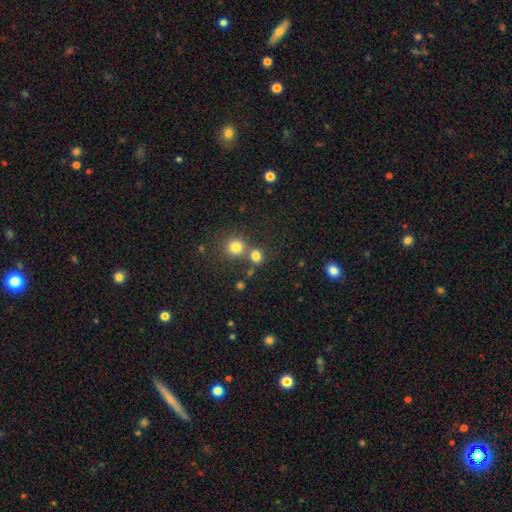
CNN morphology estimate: This appears to be a smooth galaxy with no disk features (78%) that is round (68%). Merging: none (55%).